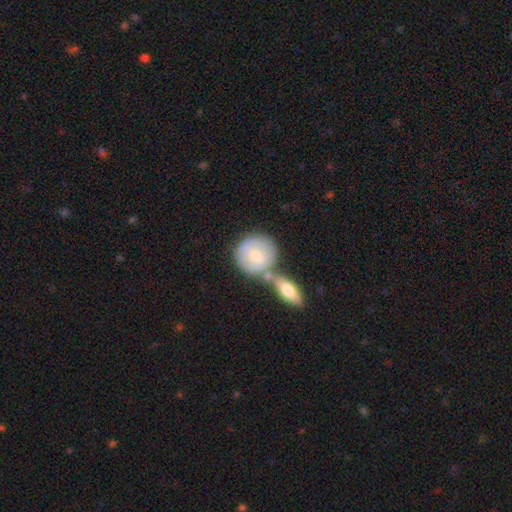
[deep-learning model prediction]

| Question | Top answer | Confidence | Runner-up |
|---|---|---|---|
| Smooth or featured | smooth | 68% | featured or disk (26%) |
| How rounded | round | 87% | in between (12%) |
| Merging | none | 46% | merger (37%) |